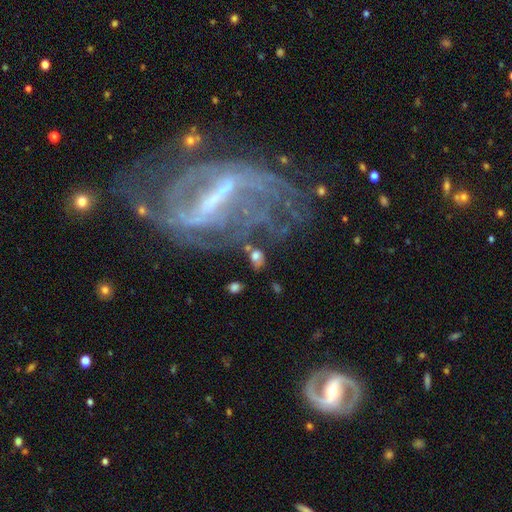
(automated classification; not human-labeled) smooth_or_featured: smooth (p=0.57) [alt: featured or disk p=0.30]
how_rounded: in between (p=0.75) [alt: round p=0.21]
merging: none (p=0.63) [alt: minor disturbance p=0.17]